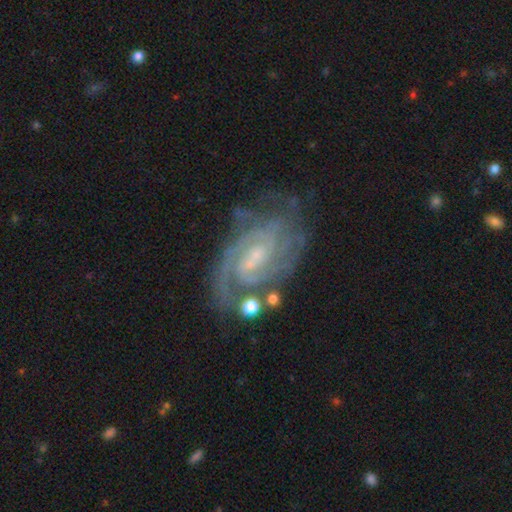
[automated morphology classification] A featured or disk galaxy (89%) with a weak bar (54%), 2 (43%) tight (64%) spiral arms (97%) and a small central bulge (66%).

Vote fractions:
- Smooth or featured? featured or disk: 89% / star or artifact: 6% / smooth: 5%
- Edge-on disk? no: 97% / yes: 3%
- Bar? weak: 54% / no: 28% / strong: 17%
- Spiral arms? yes: 97% / no: 3%
- Spiral winding? tight: 64% / medium: 31% / loose: 5%
- Spiral arm count? 2: 43% / 3: 20% / can't tell: 20% / 4: 8% / 1: 5% / more than 4: 5%
- Bulge size? small: 66% / moderate: 22% / none: 11% / large: 1% / dominant: 1%
- Merging? none: 67% / minor disturbance: 19% / major disturbance: 9% / merger: 5%